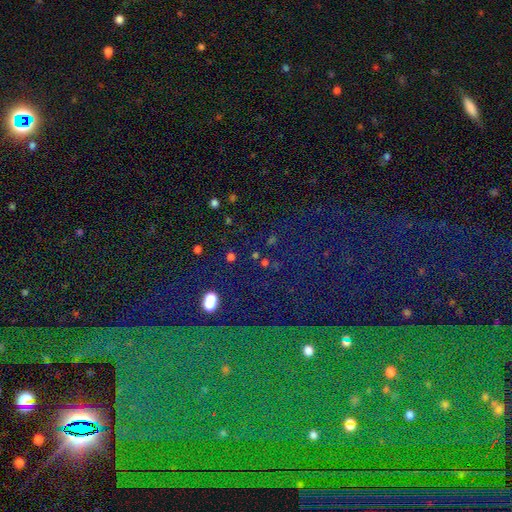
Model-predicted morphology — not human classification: This is clearly a star or artifact rather than a galaxy (80%).